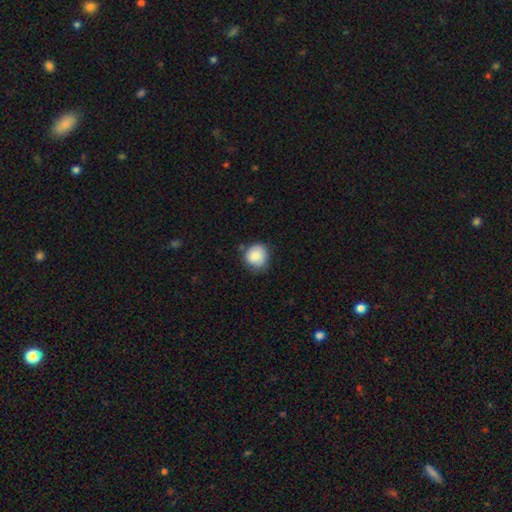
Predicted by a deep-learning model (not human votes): Smooth or featured? smooth (87%)
How rounded? round (85%)
Merging? none (73%)